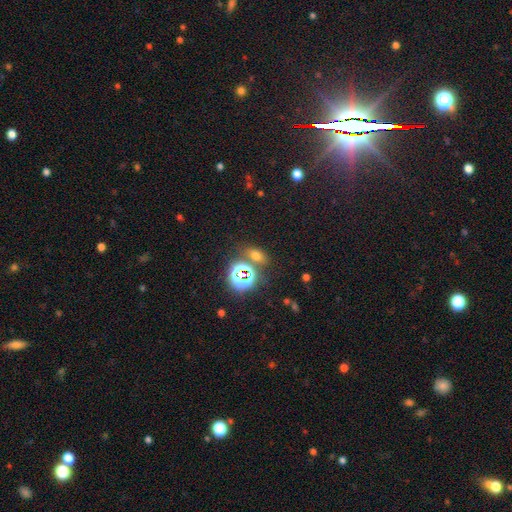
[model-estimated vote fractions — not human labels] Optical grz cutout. It shows a smooth galaxy with no disk features (54%) that is in between round and cigar-shaped (69%). Merging: none (73%).